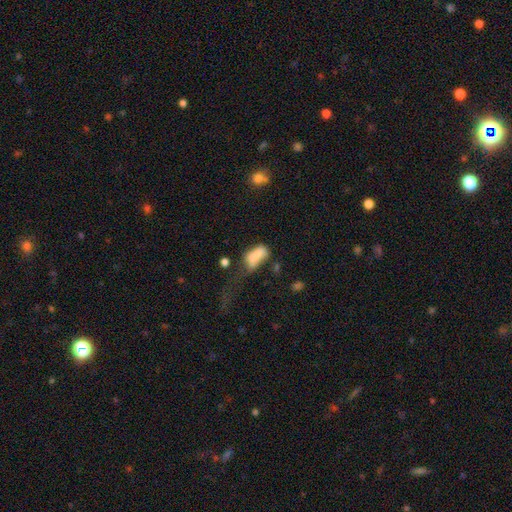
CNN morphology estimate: This is likely a smooth galaxy (75%). How rounded: clearly in between (89%). Merging: marginally major disturbance (45%).